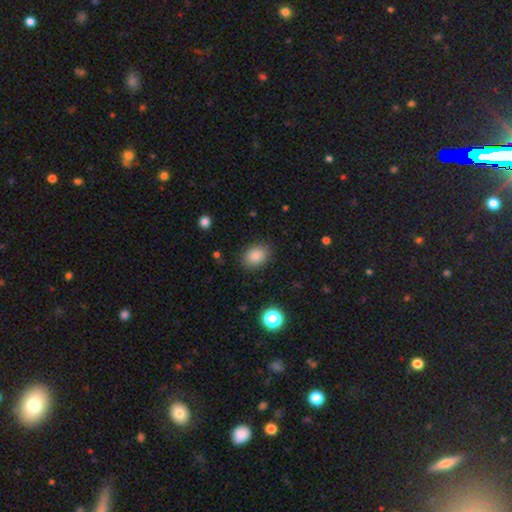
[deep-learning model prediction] Q: Smooth or featured?
A: smooth (86%); runner-up: star or artifact (9%)
Q: How rounded?
A: in between (68%); runner-up: round (31%)
Q: Merging?
A: none (85%); runner-up: minor disturbance (10%)